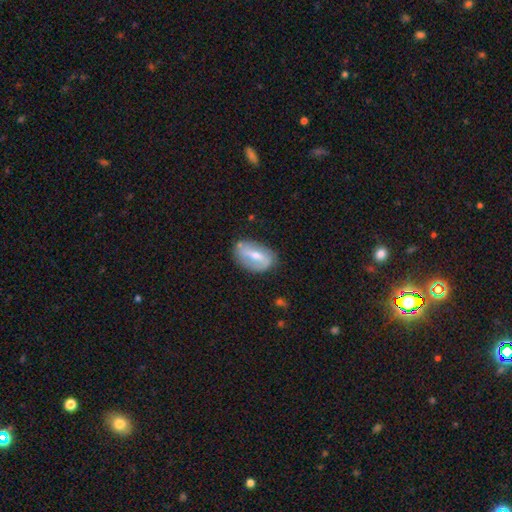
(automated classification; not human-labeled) Smooth or featured? Predicted: featured or disk (p=0.51). Edge-on disk? Predicted: no (p=0.90). Merging? Predicted: none (p=0.71).